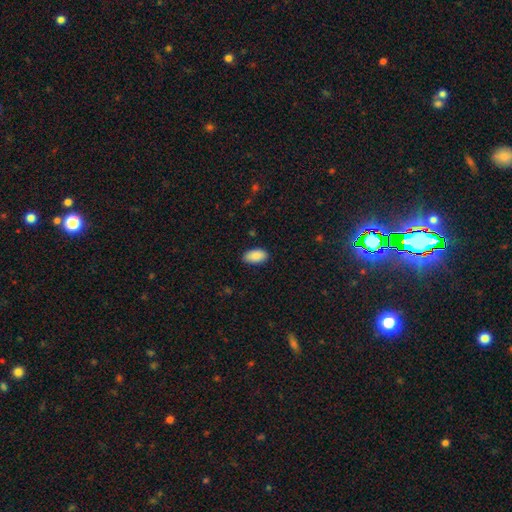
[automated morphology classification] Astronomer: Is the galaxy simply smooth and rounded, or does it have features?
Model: smooth — 89%.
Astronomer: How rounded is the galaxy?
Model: in between — 95%.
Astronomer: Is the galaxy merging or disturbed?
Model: none — 86%.